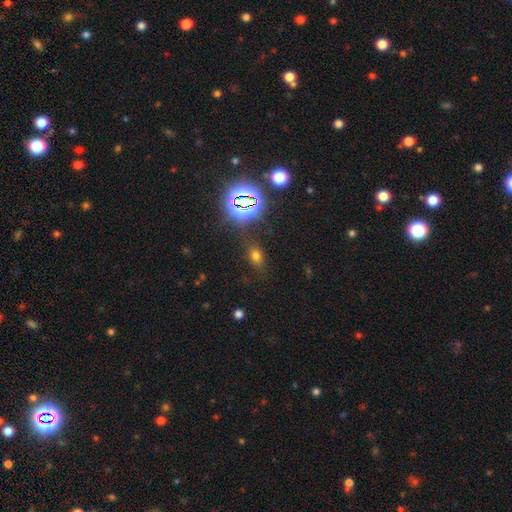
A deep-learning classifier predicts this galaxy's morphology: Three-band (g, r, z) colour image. It shows a smooth galaxy with no disk features (59%) that is in between round and cigar-shaped (74%). Merging: none (79%).